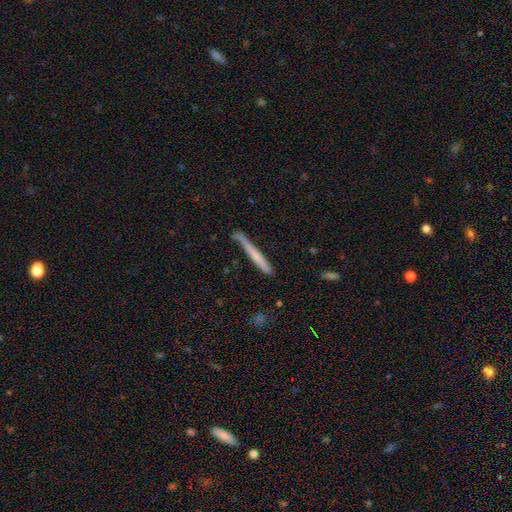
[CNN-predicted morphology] Smooth or featured? smooth (58%)
How rounded? cigar-shaped (97%)
Merging? none (72%)